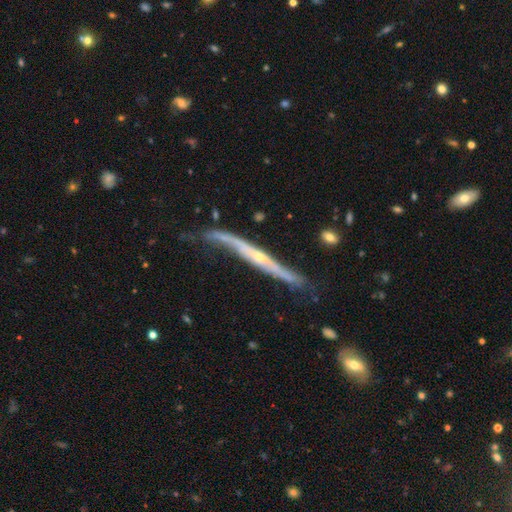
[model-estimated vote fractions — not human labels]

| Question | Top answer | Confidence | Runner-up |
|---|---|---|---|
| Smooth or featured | featured or disk | 81% | smooth (13%) |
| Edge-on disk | yes | 80% | no (20%) |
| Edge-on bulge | rounded | 65% | none (31%) |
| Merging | none | 47% | minor disturbance (34%) |